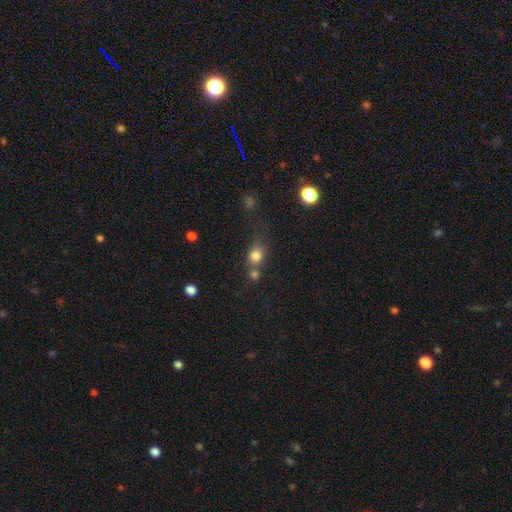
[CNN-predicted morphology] smooth-or-featured: smooth: 77% | star or artifact: 13% | featured or disk: 10%
  how-rounded: round: 65% | in between: 32% | cigar-shaped: 3%
  merging: none: 43% | merger: 38% | minor disturbance: 13% | major disturbance: 7%